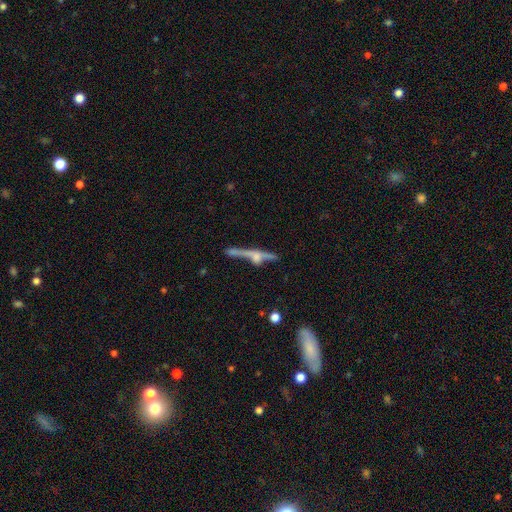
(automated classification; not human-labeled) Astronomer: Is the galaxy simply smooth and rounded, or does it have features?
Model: featured or disk — 59%.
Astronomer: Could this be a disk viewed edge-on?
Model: yes — 89%.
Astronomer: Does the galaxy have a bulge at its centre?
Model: rounded — 71%.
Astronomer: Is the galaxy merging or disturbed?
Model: none — 55%.